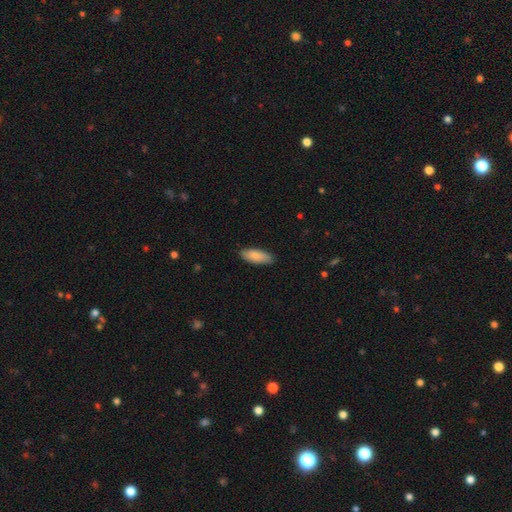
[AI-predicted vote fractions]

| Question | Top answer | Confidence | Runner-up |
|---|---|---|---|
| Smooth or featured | smooth | 85% | featured or disk (9%) |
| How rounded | in between | 74% | cigar-shaped (24%) |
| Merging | none | 85% | minor disturbance (12%) |